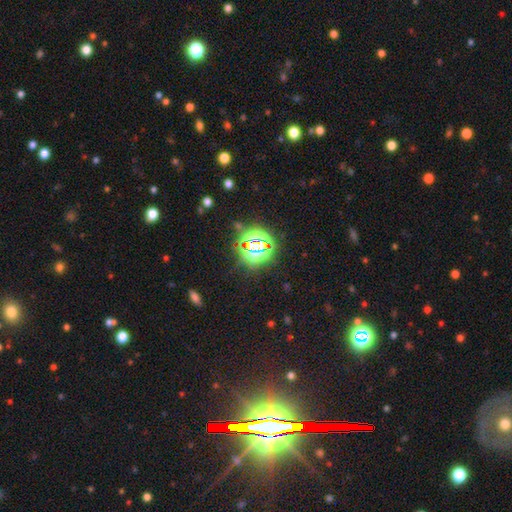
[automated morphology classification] Smooth or featured: star or artifact — 84% (featured or disk — 8%)